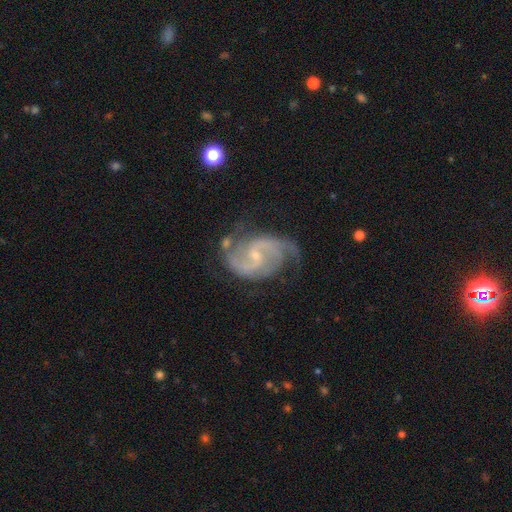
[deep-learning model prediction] This is clearly a featured or disk galaxy (90%). It is clearly not viewed edge-on (98%). Bar: possibly weak (51%). Spiral arm pattern: clearly yes (98%). Spiral arm count: likely 2 (75%). Spiral winding: possibly medium (56%). Central bulge: likely small (74%). Merging: likely none (62%).